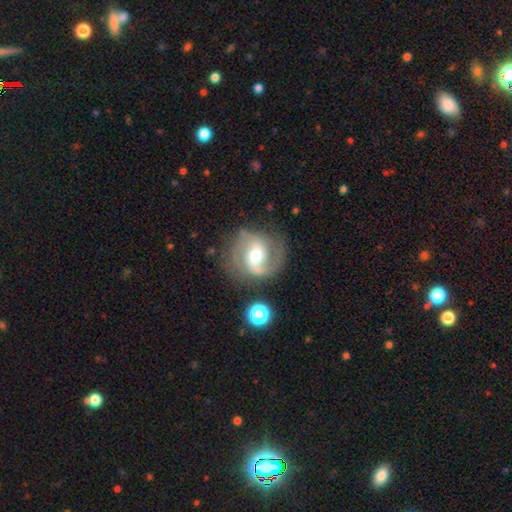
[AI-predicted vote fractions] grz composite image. It shows a featured or disk galaxy (82%) with a weak bar (45%), 2 (86%) medium (52%) spiral arms (95%) and a moderate central bulge (70%). Merging: none (71%).